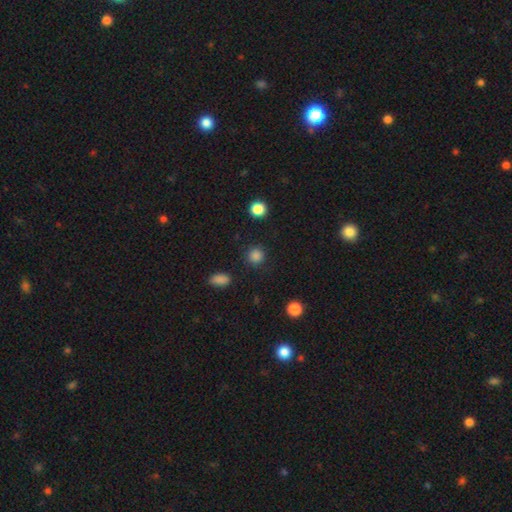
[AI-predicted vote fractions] A smooth galaxy with no disk features (85%) that is round (92%).

Vote fractions:
- Smooth or featured? smooth: 85% / star or artifact: 12% / featured or disk: 3%
- How rounded? round: 92% / in between: 7% / cigar-shaped: 1%
- Merging? none: 89% / minor disturbance: 7% / major disturbance: 3% / merger: 2%